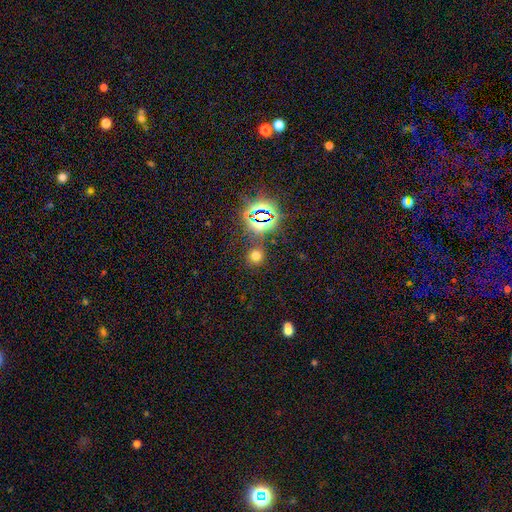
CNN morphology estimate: type=smooth (63%); roundness=round (89%); merging=none (84%).